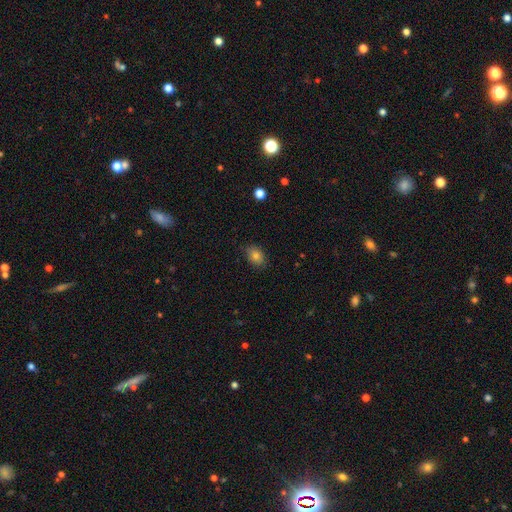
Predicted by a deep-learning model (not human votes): Smooth or featured? smooth (81%)
How rounded? in between (69%)
Merging? none (83%)